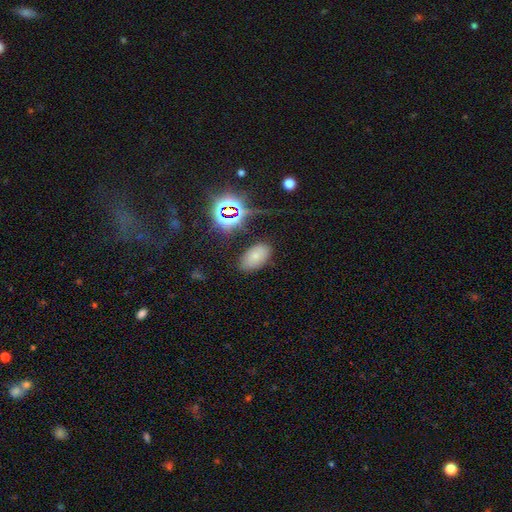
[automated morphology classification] A smooth galaxy with no disk features (69%) that is in between round and cigar-shaped (93%).

Vote fractions:
- Smooth or featured? smooth: 69% / star or artifact: 20% / featured or disk: 12%
- How rounded? in between: 93% / round: 5% / cigar-shaped: 1%
- Merging? none: 82% / minor disturbance: 12% / major disturbance: 4% / merger: 2%